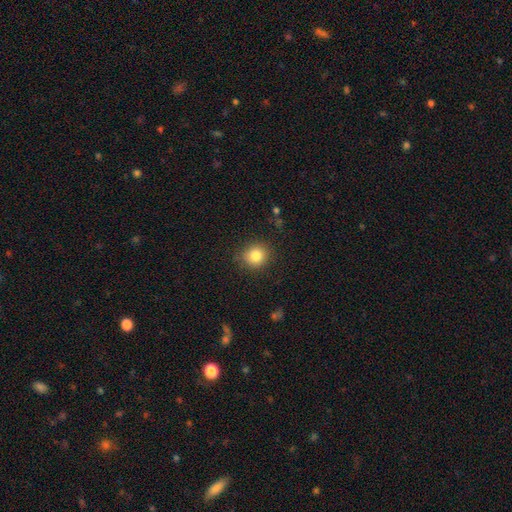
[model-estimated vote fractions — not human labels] This is clearly a smooth galaxy (82%). How rounded: clearly round (85%). Merging: clearly none (85%).